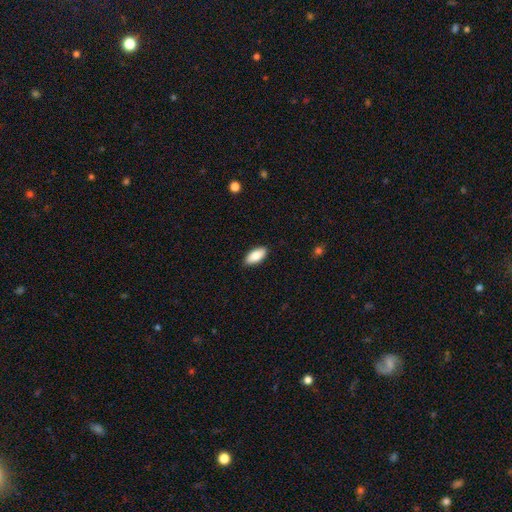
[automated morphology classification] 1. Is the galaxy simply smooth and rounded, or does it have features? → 86% smooth, 8% featured or disk, 6% star or artifact.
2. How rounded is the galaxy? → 90% in between, 8% cigar-shaped, 2% round.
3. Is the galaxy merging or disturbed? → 89% none, 8% minor disturbance, 2% major disturbance, 1% merger.